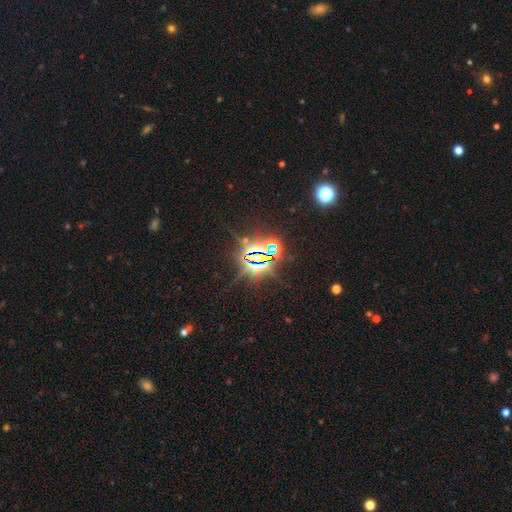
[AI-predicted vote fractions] Morphology: type=star or artifact (84%).